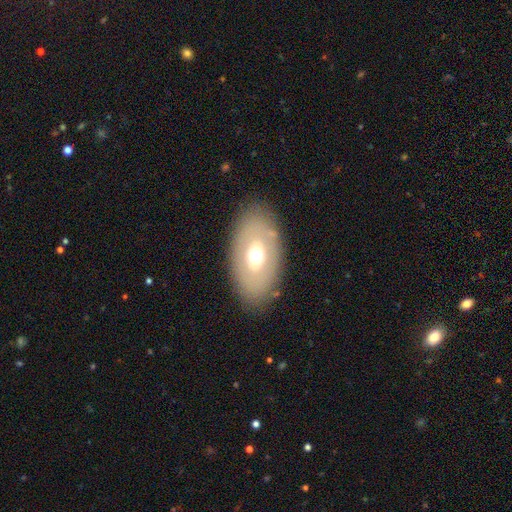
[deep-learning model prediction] This is possibly a smooth galaxy (52%). How rounded: clearly in between (89%). Merging: clearly none (82%).